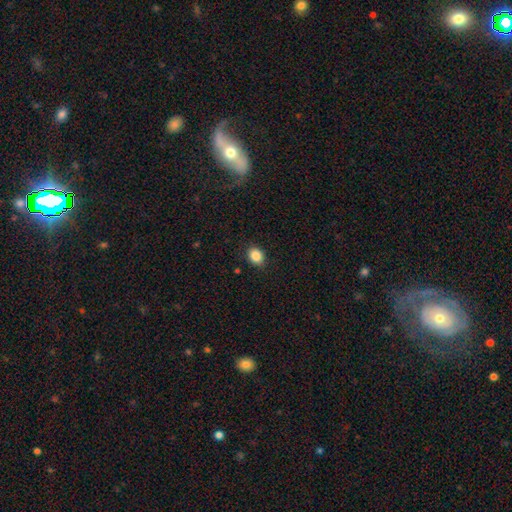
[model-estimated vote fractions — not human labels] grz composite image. It shows a smooth galaxy with no disk features (87%) that is round (50%). Merging: none (89%).